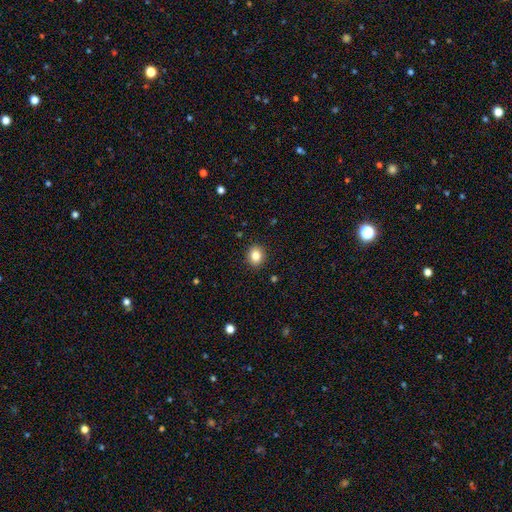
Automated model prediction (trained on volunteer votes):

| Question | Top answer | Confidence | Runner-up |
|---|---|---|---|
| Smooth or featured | smooth | 84% | star or artifact (10%) |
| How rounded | round | 62% | in between (37%) |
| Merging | none | 91% | minor disturbance (6%) |